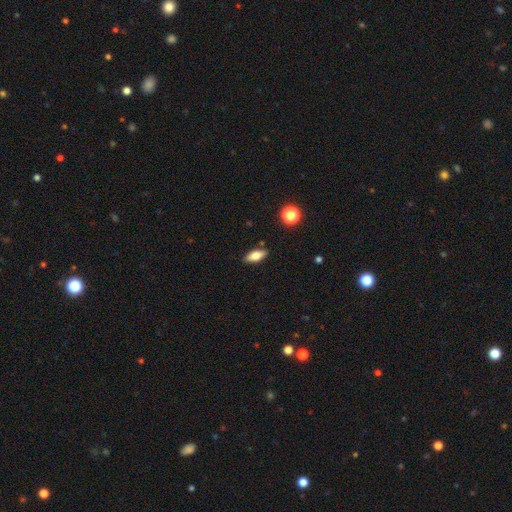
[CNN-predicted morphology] A smooth galaxy with no disk features (67%) that is in between round and cigar-shaped (75%). Merging: none (86%).